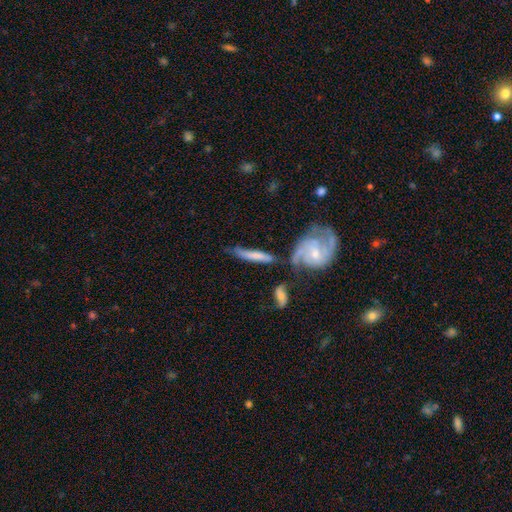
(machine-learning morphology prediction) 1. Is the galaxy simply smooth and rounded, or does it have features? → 47% featured or disk (tied), 47% smooth (tied), 7% star or artifact.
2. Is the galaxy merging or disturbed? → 51% none, 22% minor disturbance, 18% merger, 9% major disturbance.